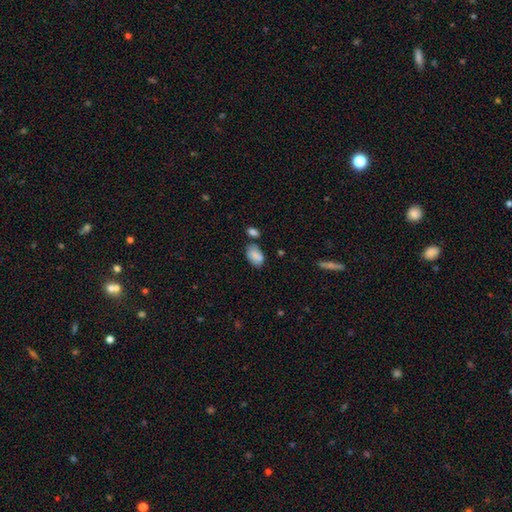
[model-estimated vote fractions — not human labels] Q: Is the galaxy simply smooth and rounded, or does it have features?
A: smooth — 81%.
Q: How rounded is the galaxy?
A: in between — 92%.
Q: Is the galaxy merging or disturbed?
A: none — 59%.